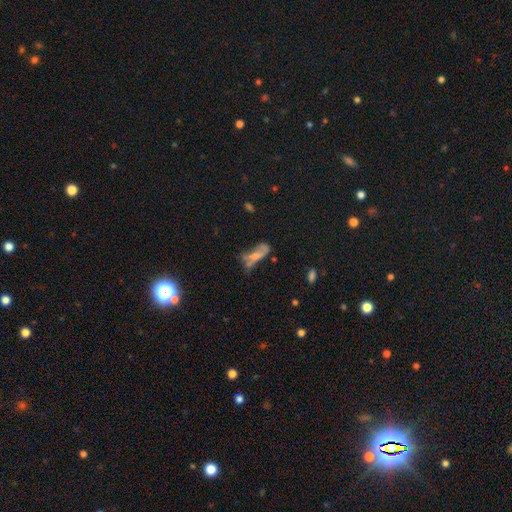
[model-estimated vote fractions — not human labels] smooth_or_featured: smooth (p=0.45) [alt: featured or disk p=0.42]
merging: major disturbance (p=0.33) [alt: merger p=0.25]